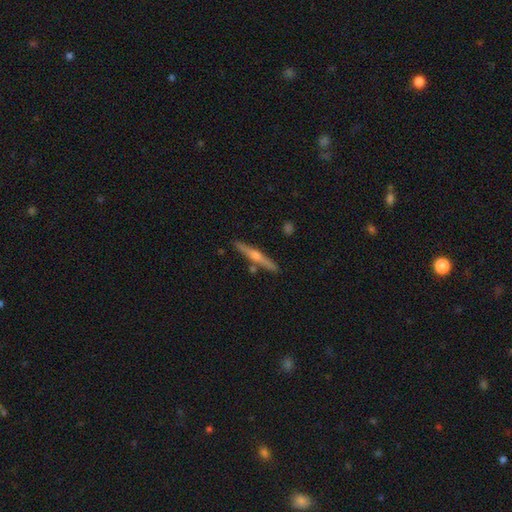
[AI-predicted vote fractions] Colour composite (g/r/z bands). It shows a featured or disk galaxy (68%) viewed edge-on (98%) with a rounded central bulge (89%). Merging: none (87%).